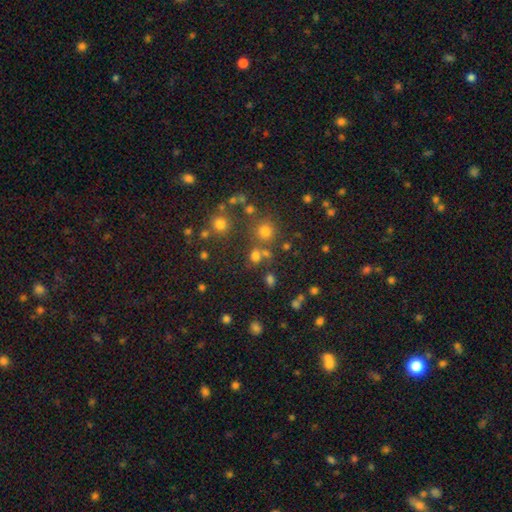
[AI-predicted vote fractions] This appears to be a smooth galaxy with no disk features (71%) that is round (76%). Merging: none (68%).